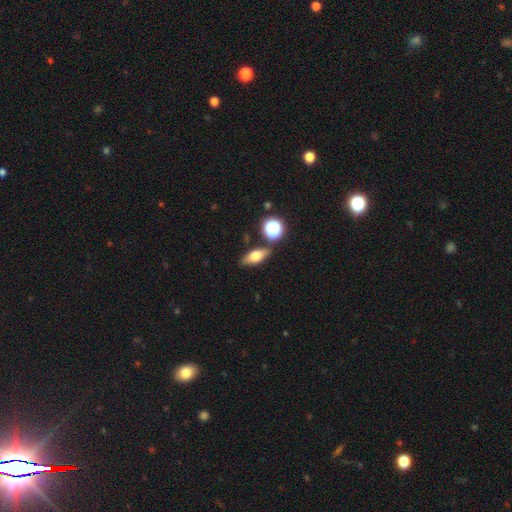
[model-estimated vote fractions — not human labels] This appears to be a smooth galaxy with no disk features (61%) that is in between round and cigar-shaped (70%). Merging: none (79%).